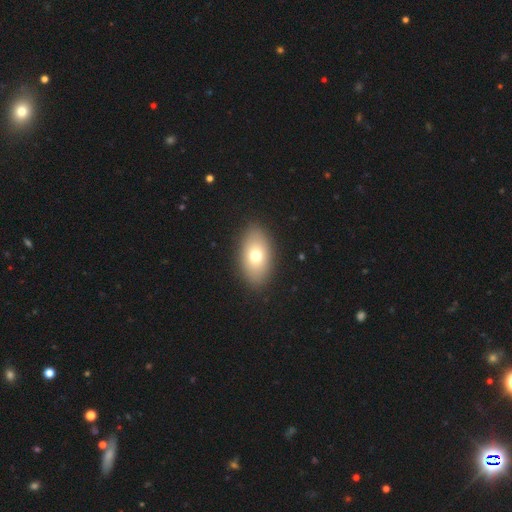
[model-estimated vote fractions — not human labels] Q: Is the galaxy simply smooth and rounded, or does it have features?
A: smooth — 72%.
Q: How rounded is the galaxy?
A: in between — 90%.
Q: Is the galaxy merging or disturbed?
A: none — 89%.